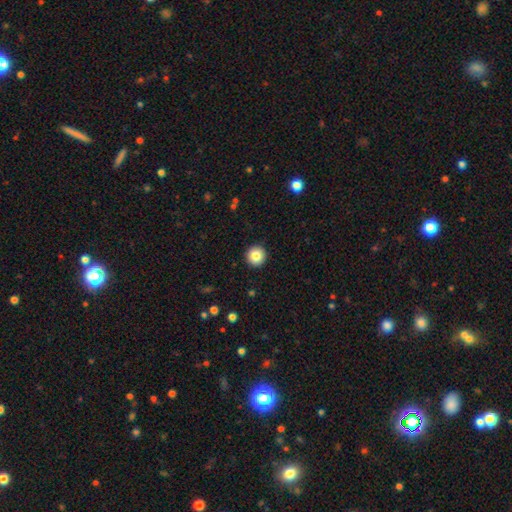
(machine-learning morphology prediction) smooth-or-featured: smooth: 85% | star or artifact: 9% | featured or disk: 6%
  how-rounded: round: 96% | in between: 3% | cigar-shaped: 1%
  merging: none: 93% | minor disturbance: 5% | major disturbance: 2% | merger: 1%